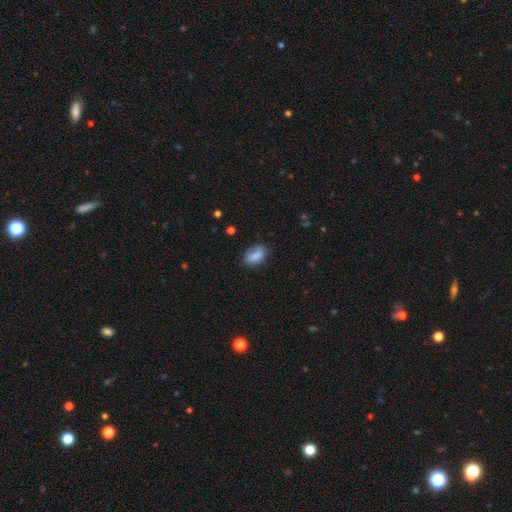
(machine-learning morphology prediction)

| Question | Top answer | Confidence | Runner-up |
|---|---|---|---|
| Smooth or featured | smooth | 82% | featured or disk (10%) |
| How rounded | in between | 89% | round (7%) |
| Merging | none | 66% | minor disturbance (25%) |